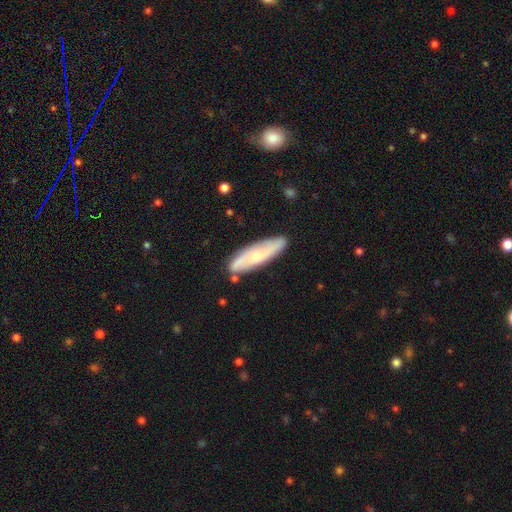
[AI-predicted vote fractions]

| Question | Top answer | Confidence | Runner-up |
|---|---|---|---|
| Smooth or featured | featured or disk | 52% | smooth (42%) |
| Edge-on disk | no | 62% | yes (38%) |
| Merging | none | 82% | minor disturbance (13%) |